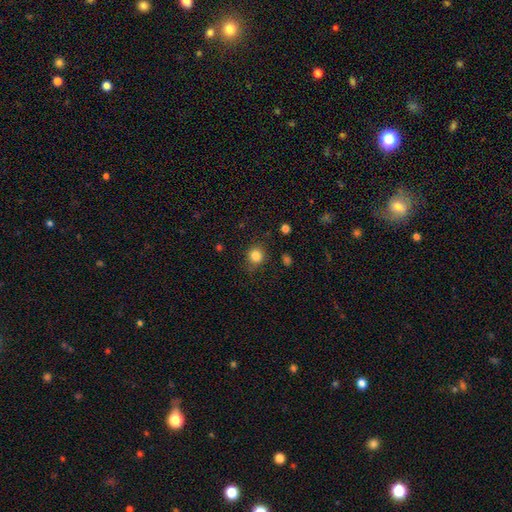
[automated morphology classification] A smooth galaxy with no disk features (83%) that is round (87%).

Vote fractions:
- Smooth or featured? smooth: 83% / star or artifact: 12% / featured or disk: 5%
- How rounded? round: 87% / in between: 13% / cigar-shaped: 1%
- Merging? none: 83% / minor disturbance: 12% / major disturbance: 3% / merger: 2%